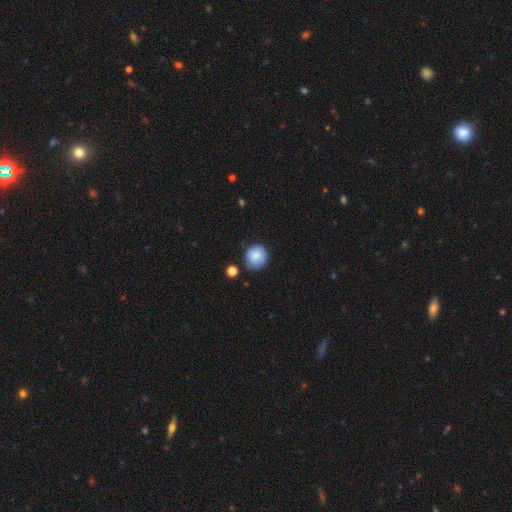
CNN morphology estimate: The model was most divided on "merging": none: 72%, minor disturbance: 19%, merger: 4%, major disturbance: 4%. More confident: how rounded — round (89%); smooth or featured — smooth (83%).